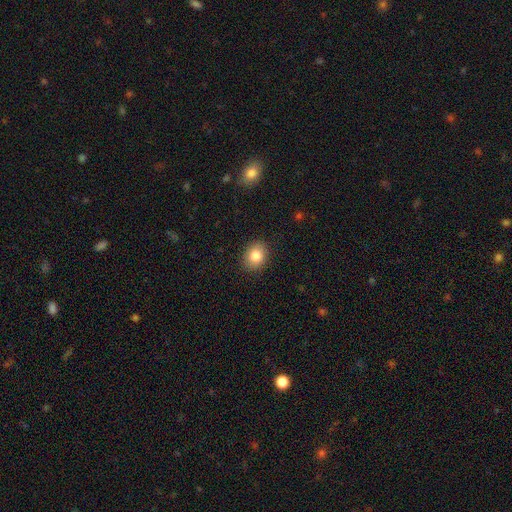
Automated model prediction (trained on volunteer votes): smooth 83%, star or artifact 9%, featured or disk 8%. Down the decision tree: how rounded — in between (52%); merging — none (88%).